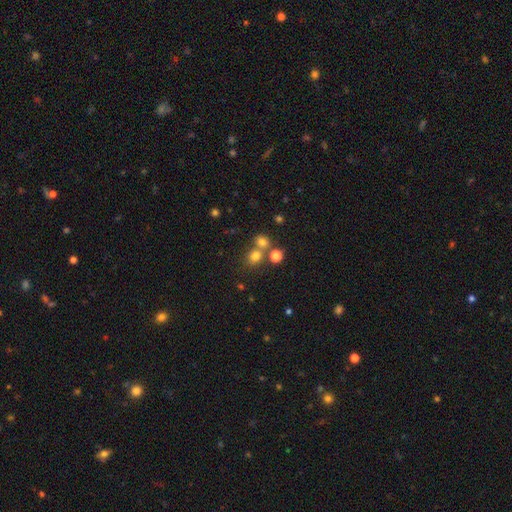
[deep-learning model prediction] Smooth or featured? Predicted: smooth (p=0.72). How rounded? Predicted: round (p=0.72). Merging? Predicted: none (p=0.56).